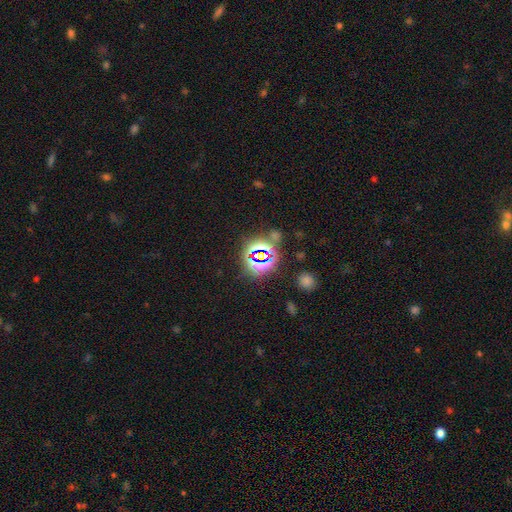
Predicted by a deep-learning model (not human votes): star or artifact 76%, smooth 16%, featured or disk 9%.